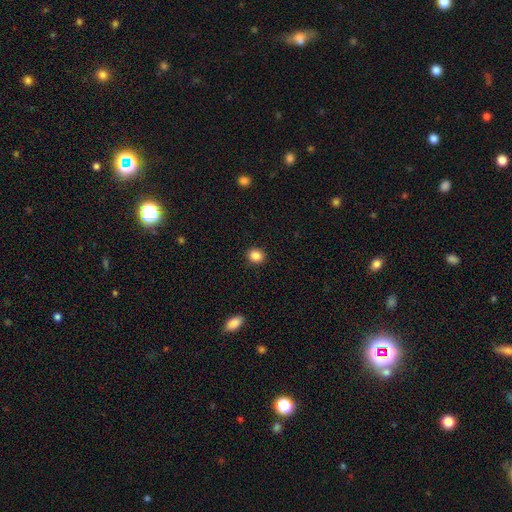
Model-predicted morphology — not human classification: The model was most divided on "how rounded": round: 71%, in between: 28%, cigar-shaped: 1%. More confident: merging — none (91%); smooth or featured — smooth (86%).